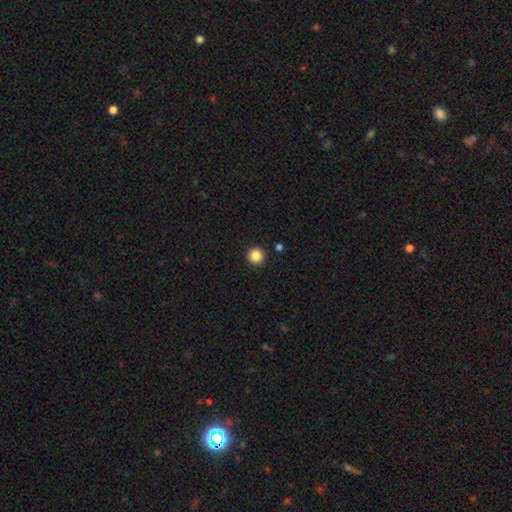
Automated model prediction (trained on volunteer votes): This is clearly a smooth galaxy (86%). How rounded: clearly round (96%). Merging: clearly none (93%).